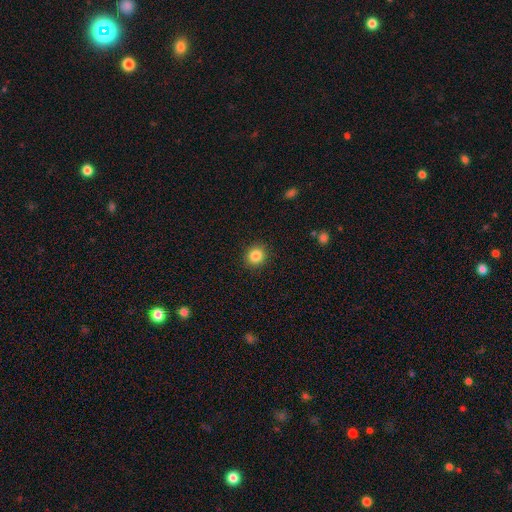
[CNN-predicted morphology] Smooth or featured: smooth — 85% (star or artifact — 11%)
How rounded: round — 89% (in between — 10%)
Merging: none — 91% (minor disturbance — 6%)